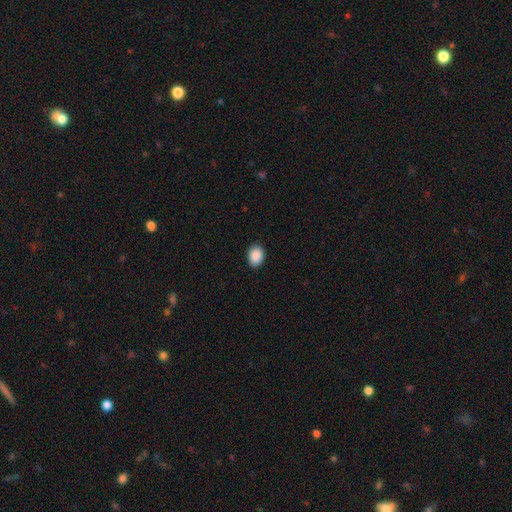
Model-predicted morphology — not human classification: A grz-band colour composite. It shows a smooth galaxy with no disk features (90%) that is in between round and cigar-shaped (65%). Merging: none (88%).